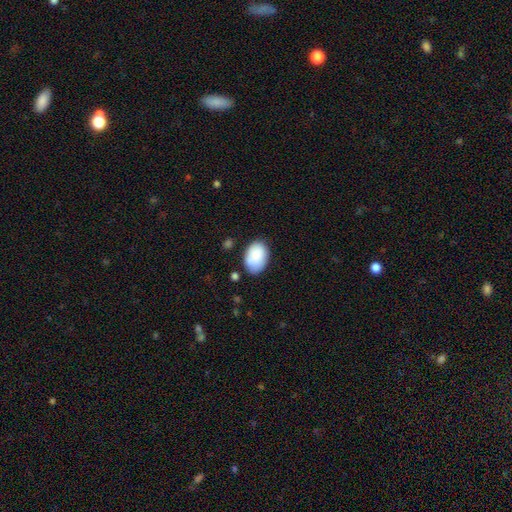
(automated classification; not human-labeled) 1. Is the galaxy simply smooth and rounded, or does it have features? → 85% smooth, 9% featured or disk, 7% star or artifact.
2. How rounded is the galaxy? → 87% in between, 12% round, 1% cigar-shaped.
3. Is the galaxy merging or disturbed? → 71% none, 21% minor disturbance, 4% major disturbance, 3% merger.